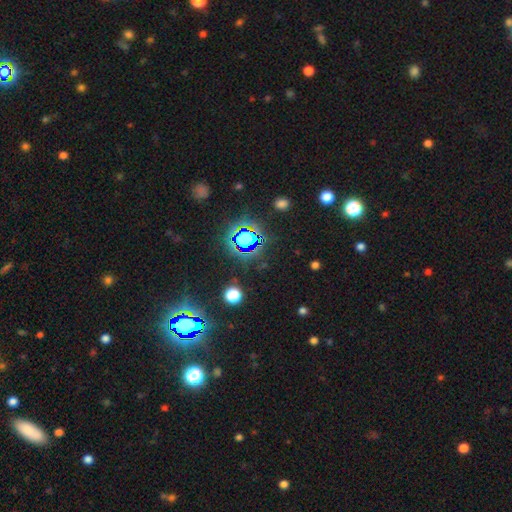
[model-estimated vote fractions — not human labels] This appears to be a star or artifact, not a galaxy (80%).